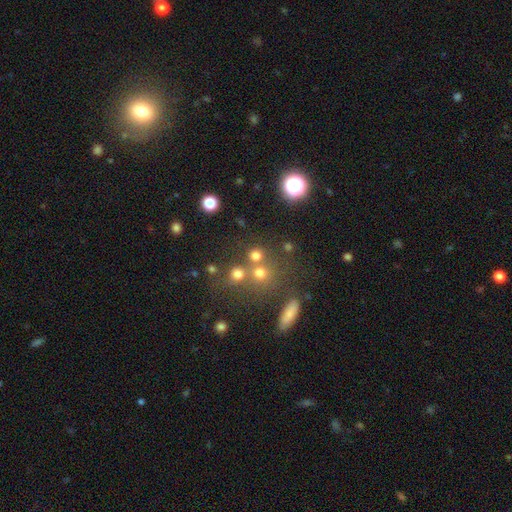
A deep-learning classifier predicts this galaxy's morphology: Overall: smooth (71%). How rounded: round (85%). Merging: none (63%; merger 23%).